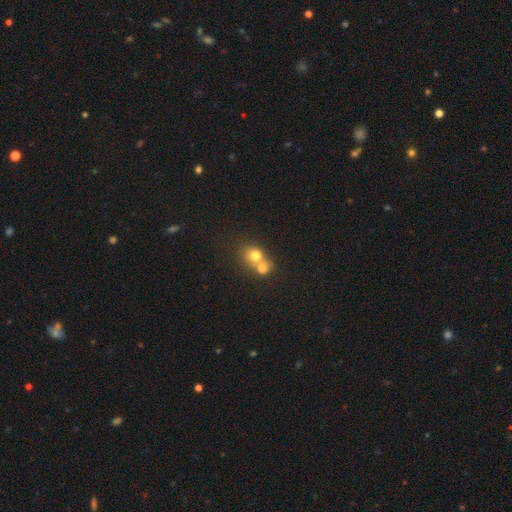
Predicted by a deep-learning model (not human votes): Overall: smooth (71%). How rounded: round (73%). Merging: merger (66%; none 26%).